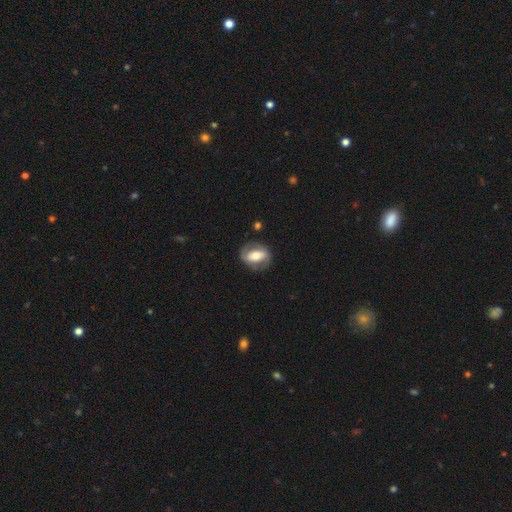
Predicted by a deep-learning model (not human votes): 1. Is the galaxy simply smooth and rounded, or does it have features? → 56% featured or disk, 38% smooth, 6% star or artifact.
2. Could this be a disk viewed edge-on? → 91% no, 9% yes.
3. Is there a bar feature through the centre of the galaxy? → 49% strong, 27% weak, 24% no.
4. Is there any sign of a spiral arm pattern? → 54% yes, 46% no.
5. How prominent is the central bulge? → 64% moderate, 16% large, 16% small, 2% dominant, 1% none.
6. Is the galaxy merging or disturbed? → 77% none, 15% minor disturbance, 7% major disturbance, 2% merger.